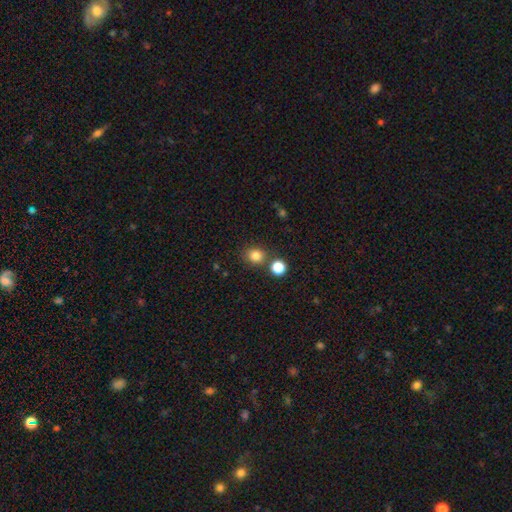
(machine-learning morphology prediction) smooth_or_featured: smooth (p=0.82) [alt: star or artifact p=0.13]
how_rounded: round (p=0.77) [alt: in between p=0.22]
merging: none (p=0.76) [alt: merger p=0.12]